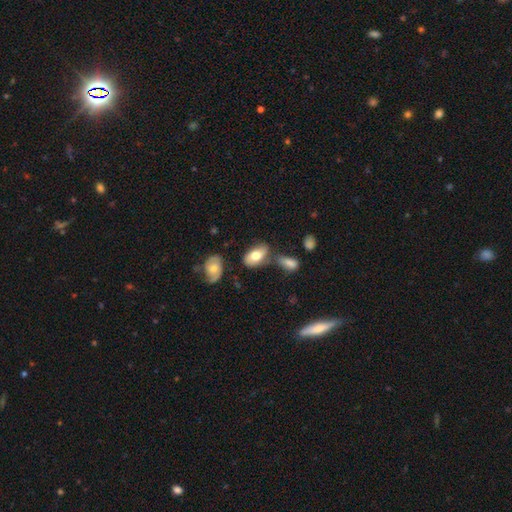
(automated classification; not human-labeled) Q: Smooth or featured?
A: smooth (70%); runner-up: featured or disk (23%)
Q: How rounded?
A: in between (93%); runner-up: round (4%)
Q: Merging?
A: none (54%); runner-up: minor disturbance (24%)